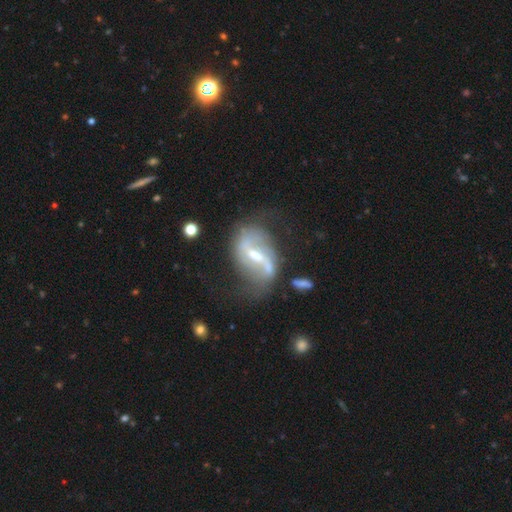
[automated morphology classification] A featured or disk galaxy (85%) with a strong bar (49%), 2 (87%) loose (69%) spiral arms (90%) and a moderate central bulge (56%).

Vote fractions:
- Smooth or featured? featured or disk: 85% / smooth: 8% / star or artifact: 6%
- Edge-on disk? no: 95% / yes: 5%
- Bar? strong: 49% / weak: 37% / no: 13%
- Spiral arms? yes: 90% / no: 10%
- Spiral winding? loose: 69% / medium: 24% / tight: 7%
- Spiral arm count? 2: 87% / can't tell: 5% / 1: 4% / 3: 1% / 4: 1% / more than 4: 1%
- Bulge size? moderate: 56% / small: 38% / large: 3% / none: 1% / dominant: 1%
- Merging? none: 57% / minor disturbance: 21% / major disturbance: 17% / merger: 4%